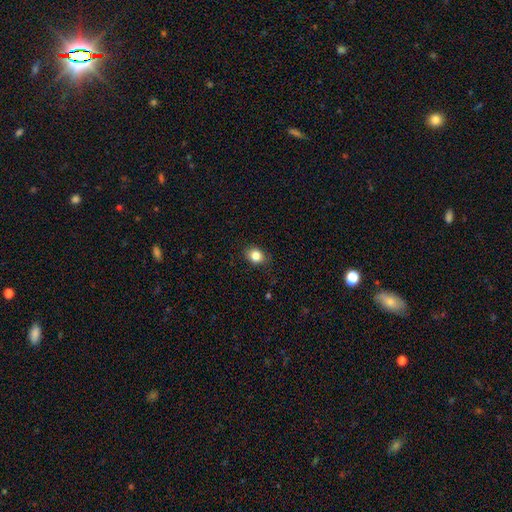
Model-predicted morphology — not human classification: This appears to be a smooth galaxy with no disk features (83%) that is round (51%). Merging: none (84%).